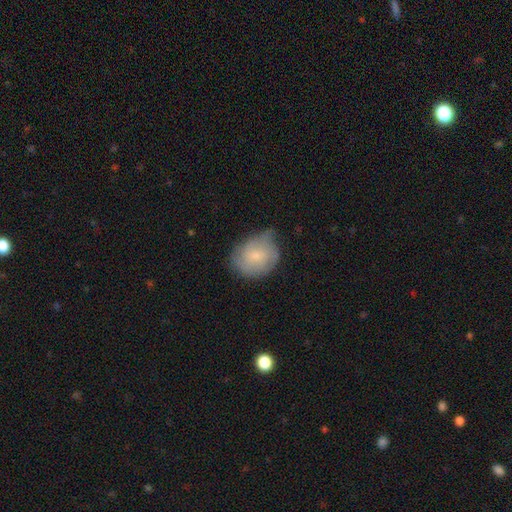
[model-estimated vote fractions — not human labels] Smooth or featured? smooth (59%)
How rounded? round (57%)
Merging? none (50%)